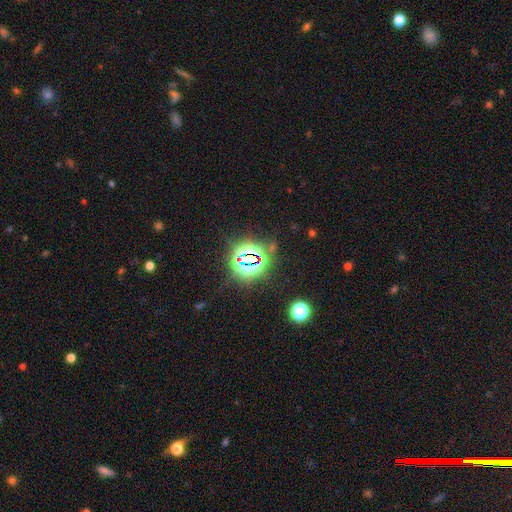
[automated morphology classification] star or artifact 81%, smooth 11%, featured or disk 7%.